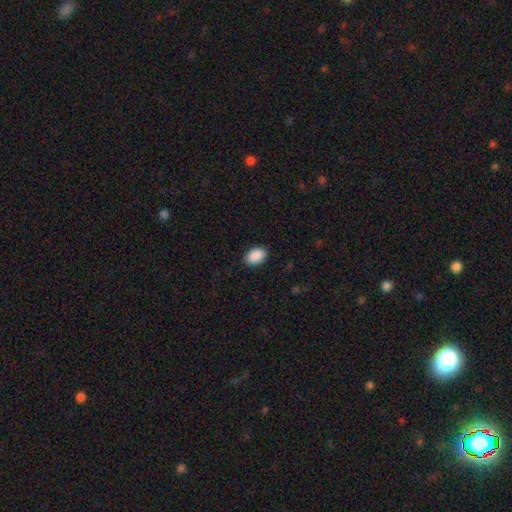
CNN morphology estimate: Smooth or featured?
  - smooth: 91% *
  - star or artifact: 7%
  - featured or disk: 2%
How rounded?
  - in between: 86% *
  - round: 13%
  - cigar-shaped: 1%
Merging?
  - none: 89% *
  - minor disturbance: 8%
  - major disturbance: 2%
  - merger: 1%